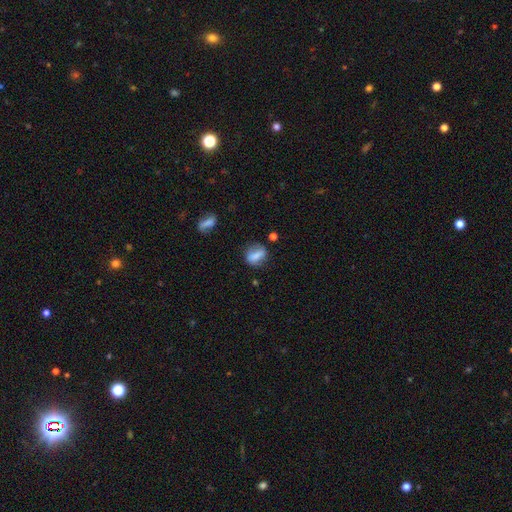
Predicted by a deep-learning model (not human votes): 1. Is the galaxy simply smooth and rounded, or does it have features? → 68% smooth, 22% featured or disk, 9% star or artifact.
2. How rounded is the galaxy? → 60% in between, 28% round, 11% cigar-shaped.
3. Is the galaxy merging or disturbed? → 63% none, 23% minor disturbance, 9% major disturbance, 5% merger.